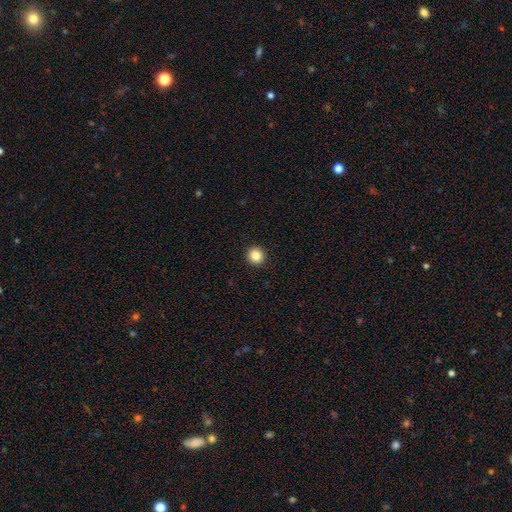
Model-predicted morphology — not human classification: Smooth or featured? smooth (85%)
How rounded? round (94%)
Merging? none (93%)